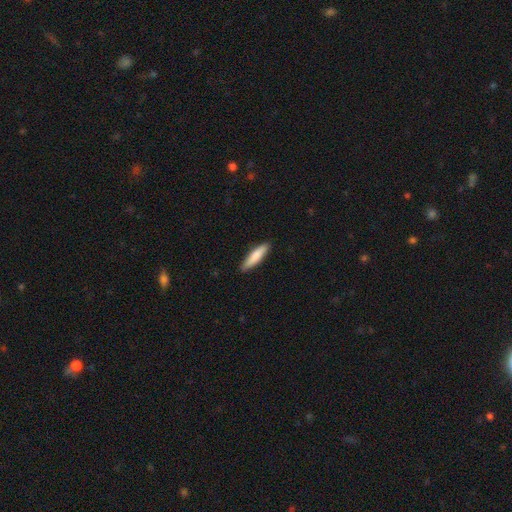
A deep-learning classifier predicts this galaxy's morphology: Smooth or featured? Predicted: smooth (p=0.82). How rounded? Predicted: cigar-shaped (p=0.78). Merging? Predicted: none (p=0.87).